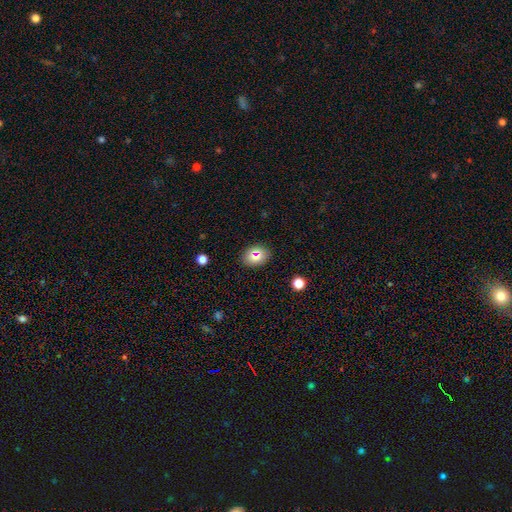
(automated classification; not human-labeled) The model was most divided on "how rounded": in between: 63%, round: 35%, cigar-shaped: 2%. More confident: merging — none (86%); smooth or featured — smooth (71%).